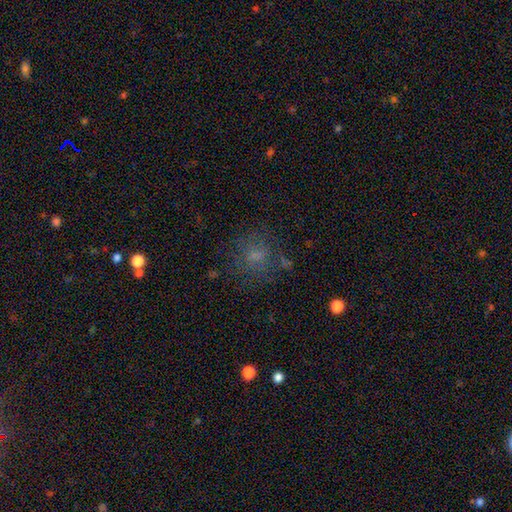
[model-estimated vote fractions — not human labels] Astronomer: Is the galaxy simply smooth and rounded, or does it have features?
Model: smooth — 59%.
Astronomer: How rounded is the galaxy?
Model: round — 73%.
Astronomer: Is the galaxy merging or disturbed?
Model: none — 66%.